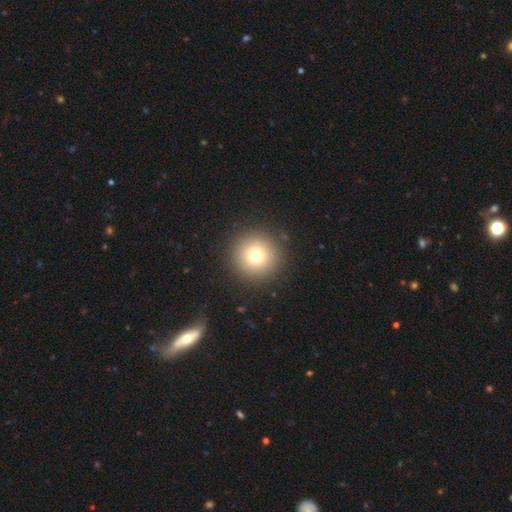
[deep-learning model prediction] smooth_or_featured: smooth (p=0.76) [alt: star or artifact p=0.13]
how_rounded: round (p=0.96) [alt: in between p=0.03]
merging: none (p=0.91) [alt: minor disturbance p=0.06]